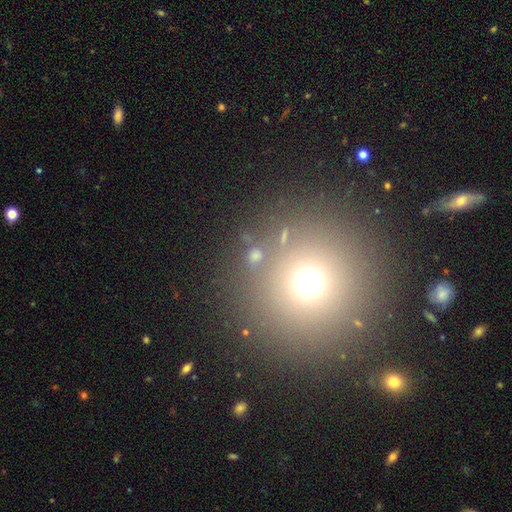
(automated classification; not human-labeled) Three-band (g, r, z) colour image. It shows a smooth galaxy with no disk features (62%) that is round (95%). Merging: none (85%).